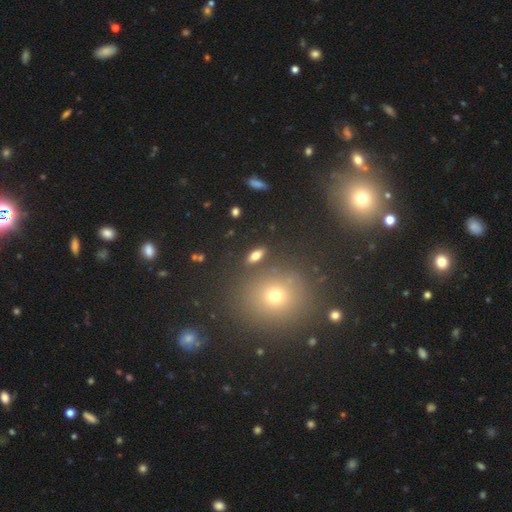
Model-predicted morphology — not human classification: smooth-or-featured: smooth: 74% | featured or disk: 13% | star or artifact: 13%
  how-rounded: in between: 77% | cigar-shaped: 14% | round: 10%
  merging: none: 85% | minor disturbance: 8% | merger: 4% | major disturbance: 3%